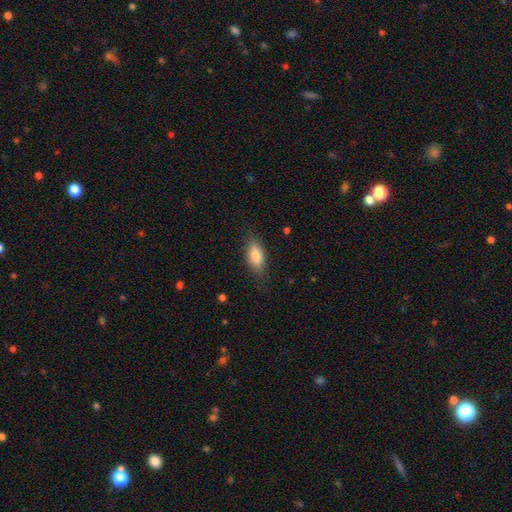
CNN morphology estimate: Smooth or featured: smooth — 78% (featured or disk — 15%)
How rounded: in between — 83% (cigar-shaped — 14%)
Merging: none — 78% (minor disturbance — 17%)